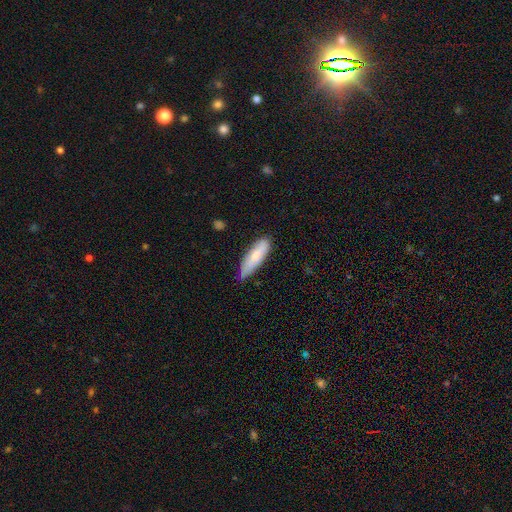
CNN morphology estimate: Overall: smooth (75%). How rounded: cigar-shaped (55%; in between 43%). Merging: none (65%; minor disturbance 29%).